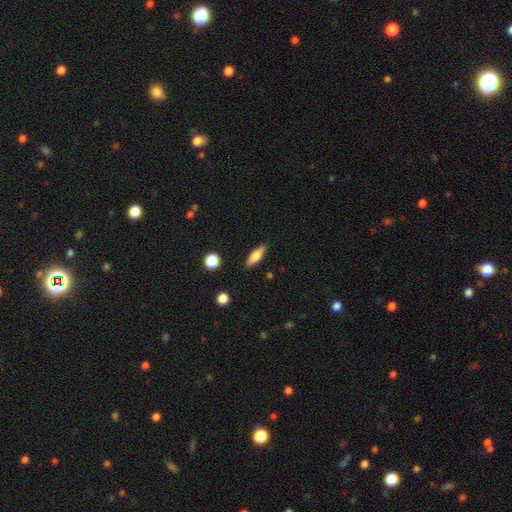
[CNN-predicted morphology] Q: Smooth or featured?
A: smooth (67%); runner-up: featured or disk (25%)
Q: How rounded?
A: in between (52%); runner-up: cigar-shaped (45%)
Q: Merging?
A: none (87%); runner-up: minor disturbance (10%)